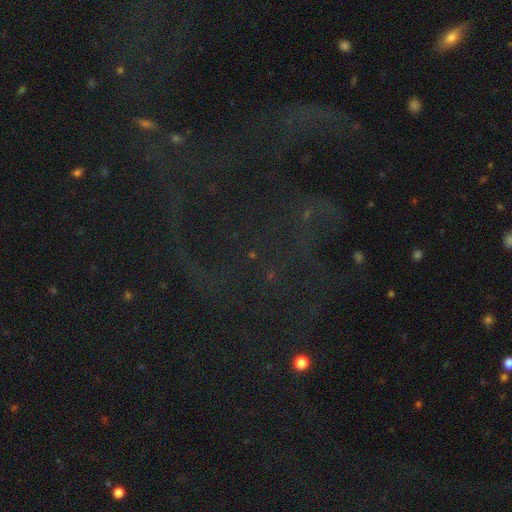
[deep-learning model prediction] smooth-or-featured: star or artifact: 71% | featured or disk: 18% | smooth: 12%